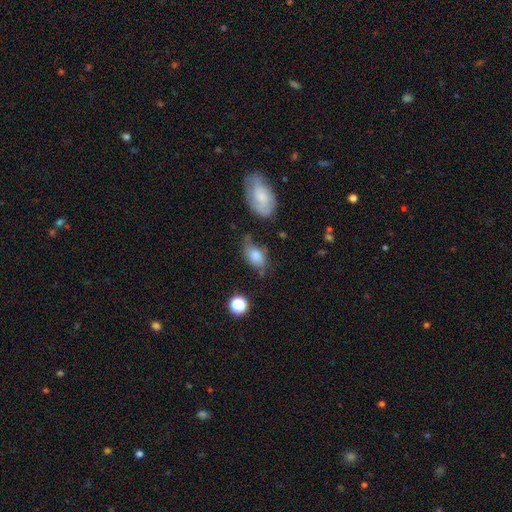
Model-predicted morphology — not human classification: A smooth galaxy with no disk features (76%) that is in between round and cigar-shaped (86%).

Vote fractions:
- Smooth or featured? smooth: 76% / featured or disk: 15% / star or artifact: 10%
- How rounded? in between: 86% / round: 11% / cigar-shaped: 3%
- Merging? none: 45% / minor disturbance: 32% / major disturbance: 14% / merger: 9%